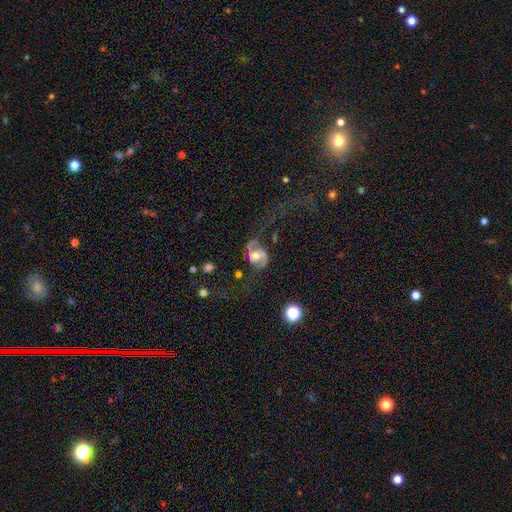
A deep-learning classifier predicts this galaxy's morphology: smooth-or-featured: featured or disk: 83% | smooth: 11% | star or artifact: 6%
  disk-edge-on: no: 98% | yes: 2%
    bar: no: 58% | weak: 33% | strong: 10%
    has-spiral-arms: yes: 94% | no: 6%
      spiral-winding: loose: 47% | medium: 41% | tight: 12%
      spiral-arm-count: 2: 92% | can't tell: 3% | 1: 2% | 3: 1% | 4: 1% | more than 4: 1%
    bulge-size: moderate: 70% | small: 17% | large: 9% | none: 2% | dominant: 1%
  merging: none: 57% | major disturbance: 22% | minor disturbance: 17% | merger: 4%